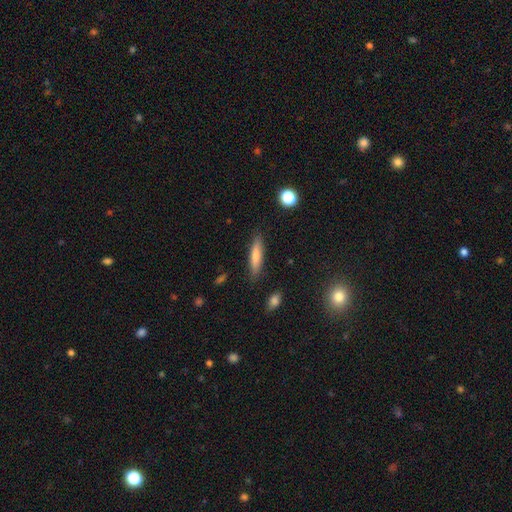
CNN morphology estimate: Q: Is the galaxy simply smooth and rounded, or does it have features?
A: smooth — 71%.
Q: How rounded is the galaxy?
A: cigar-shaped — 80%.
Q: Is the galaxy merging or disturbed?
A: none — 87%.